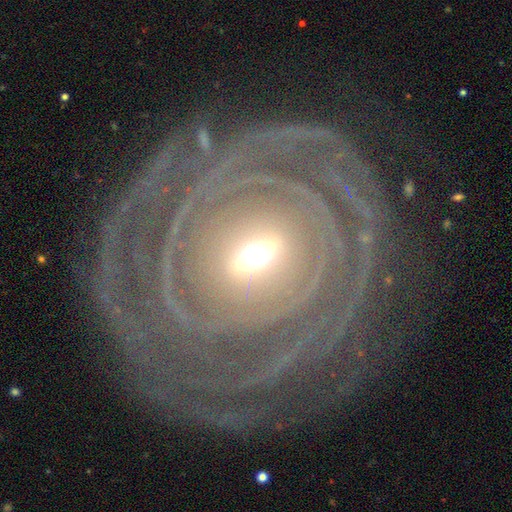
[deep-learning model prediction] Smooth or featured? featured or disk (88%)
Edge-on disk? no (96%)
Bar? no (39%)
Spiral arms? yes (94%)
Spiral winding? tight (83%)
Spiral arm count? can't tell (27%)
Bulge size? moderate (47%)
Merging? none (74%)